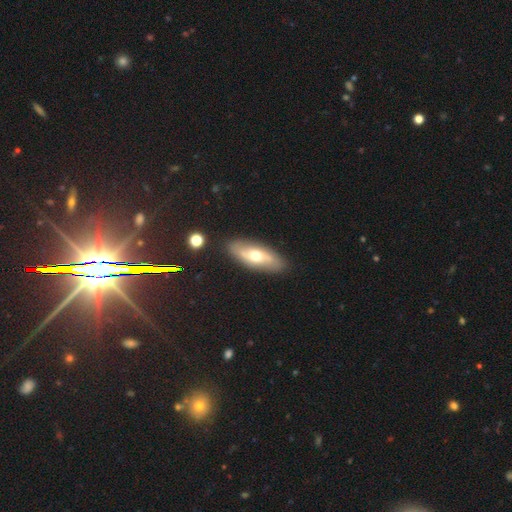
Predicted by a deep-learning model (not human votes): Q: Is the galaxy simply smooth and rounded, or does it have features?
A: featured or disk — 47%, tied with smooth.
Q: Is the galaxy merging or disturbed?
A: none — 85%.